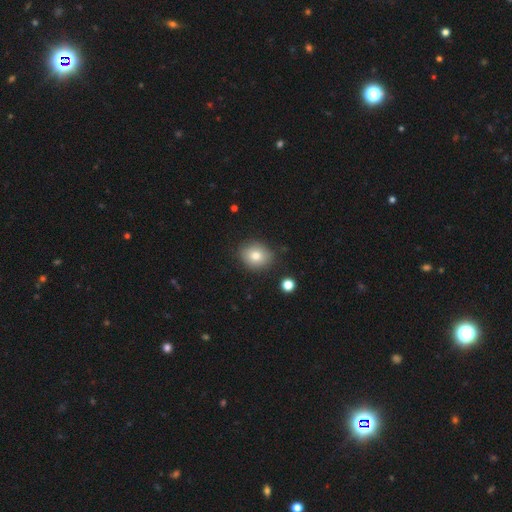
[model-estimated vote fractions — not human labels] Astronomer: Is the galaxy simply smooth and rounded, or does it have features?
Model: smooth — 78%.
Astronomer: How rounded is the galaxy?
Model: round — 61% (runner-up: in between, 38%).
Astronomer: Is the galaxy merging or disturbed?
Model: none — 82%.